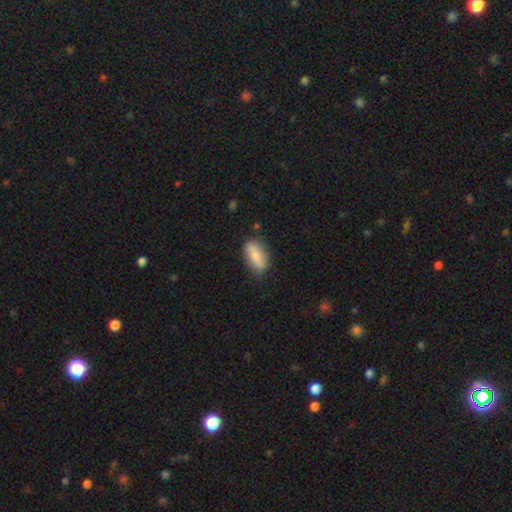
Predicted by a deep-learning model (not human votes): smooth 74%, featured or disk 20%, star or artifact 6%. Down the decision tree: how rounded — in between (79%); merging — none (78%).